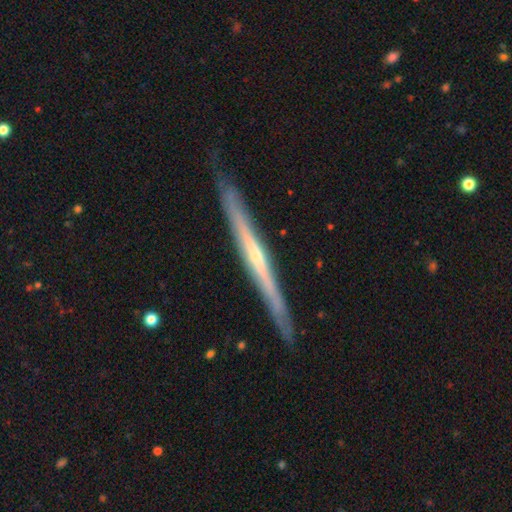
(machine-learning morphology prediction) Q: Smooth or featured?
A: featured or disk (77%); runner-up: smooth (18%)
Q: Edge-on disk?
A: yes (96%); runner-up: no (4%)
Q: Edge-on bulge?
A: rounded (48%); runner-up: none (47%)
Q: Merging?
A: none (86%); runner-up: minor disturbance (11%)